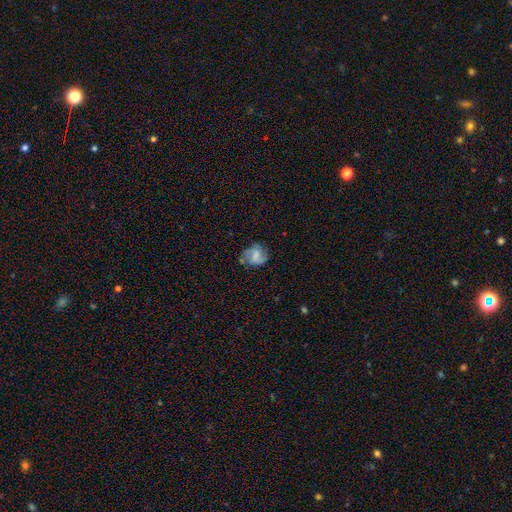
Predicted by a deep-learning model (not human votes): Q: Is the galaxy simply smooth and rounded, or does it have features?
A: featured or disk — 59%.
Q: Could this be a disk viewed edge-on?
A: no — 98%.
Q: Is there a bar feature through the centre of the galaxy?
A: weak — 45%.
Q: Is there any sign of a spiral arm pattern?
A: yes — 87%.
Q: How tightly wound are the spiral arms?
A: medium — 44%.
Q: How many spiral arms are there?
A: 2 — 66%.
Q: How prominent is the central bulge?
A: none — 34%.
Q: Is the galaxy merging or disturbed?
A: none — 63%.